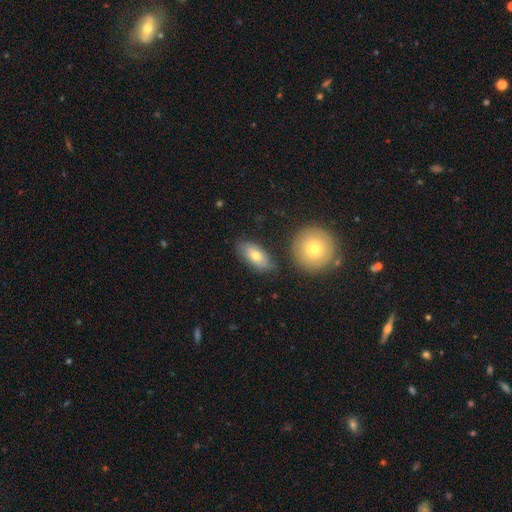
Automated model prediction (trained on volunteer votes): smooth 71%, featured or disk 23%, star or artifact 7%. Down the decision tree: how rounded — in between (89%); merging — none (74%).